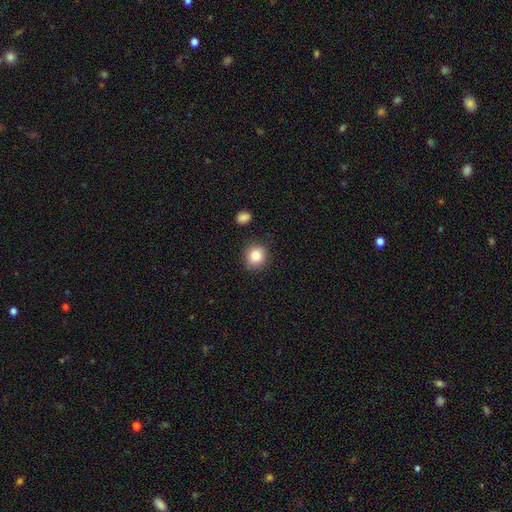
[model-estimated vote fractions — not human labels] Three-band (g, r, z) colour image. It shows a smooth galaxy with no disk features (83%) that is round (84%). Merging: none (86%).